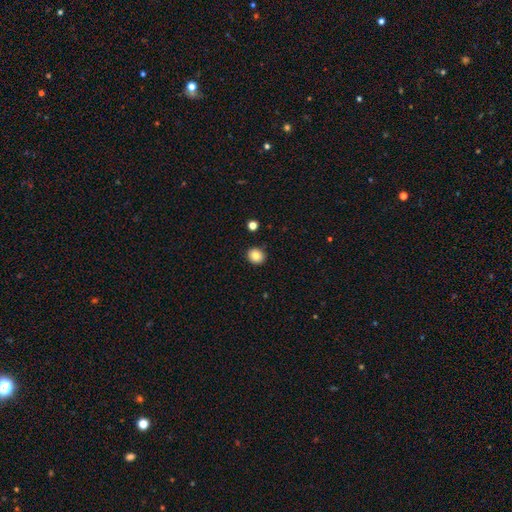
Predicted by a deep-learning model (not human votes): Q: Smooth or featured?
A: smooth (85%); runner-up: star or artifact (10%)
Q: How rounded?
A: round (76%); runner-up: in between (23%)
Q: Merging?
A: none (90%); runner-up: minor disturbance (7%)